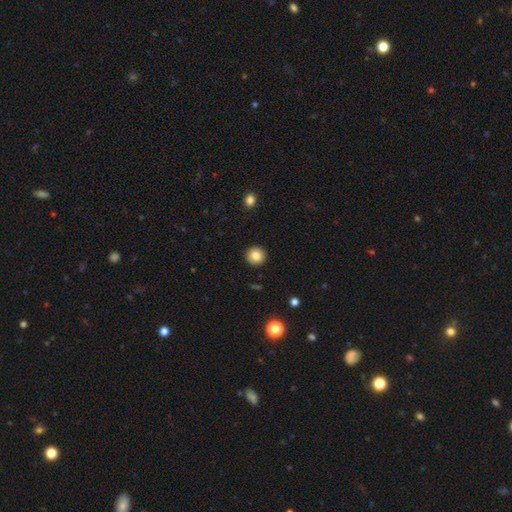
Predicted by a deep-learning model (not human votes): Smooth or featured: smooth — 83% (star or artifact — 10%)
How rounded: round — 95% (in between — 5%)
Merging: none — 93% (minor disturbance — 5%)